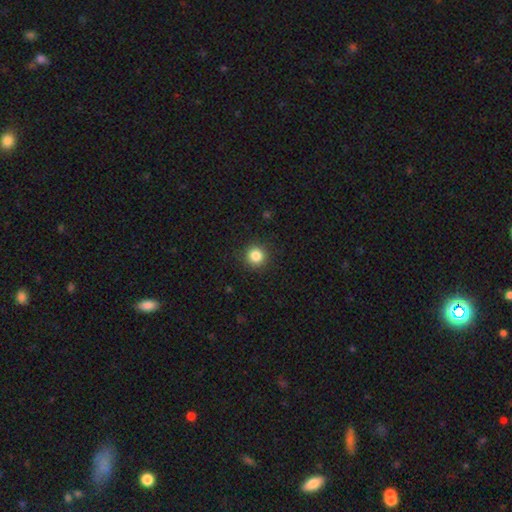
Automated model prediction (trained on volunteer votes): This is clearly a smooth galaxy (84%). How rounded: clearly round (95%). Merging: clearly none (91%).